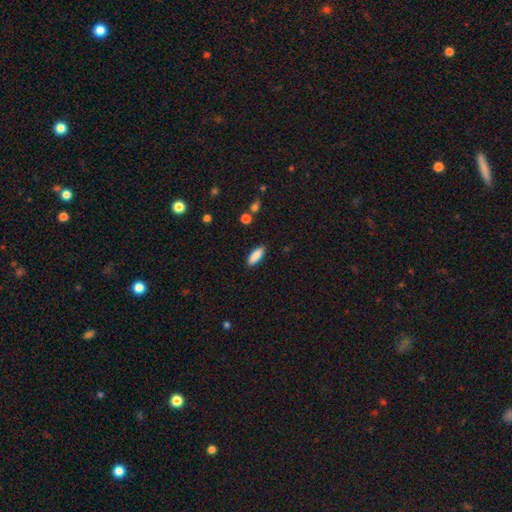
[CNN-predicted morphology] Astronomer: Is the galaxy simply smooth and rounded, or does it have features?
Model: smooth — 87%.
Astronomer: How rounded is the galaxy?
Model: in between — 64%.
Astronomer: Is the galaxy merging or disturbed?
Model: none — 88%.